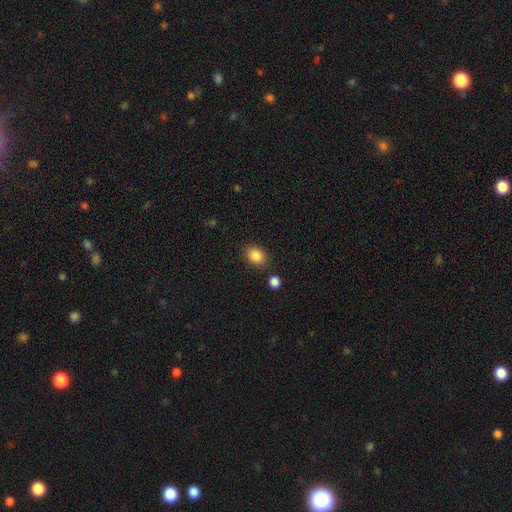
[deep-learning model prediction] smooth_or_featured: smooth (p=0.86) [alt: star or artifact p=0.10]
how_rounded: in between (p=0.55) [alt: round p=0.44]
merging: none (p=0.83) [alt: minor disturbance p=0.10]